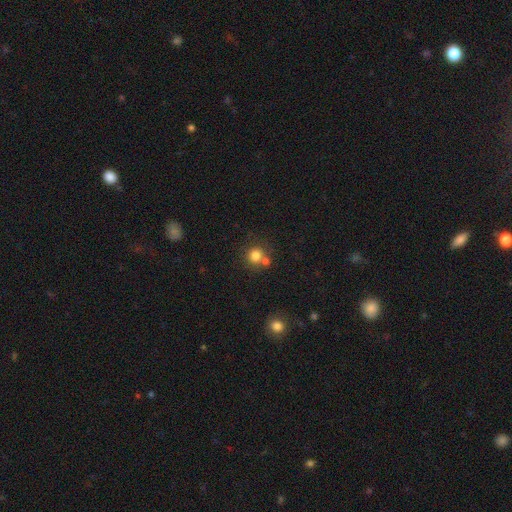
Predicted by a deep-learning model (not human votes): The model was most divided on "merging": none: 63%, merger: 25%, minor disturbance: 8%, major disturbance: 3%. More confident: how rounded — round (92%); smooth or featured — smooth (80%).